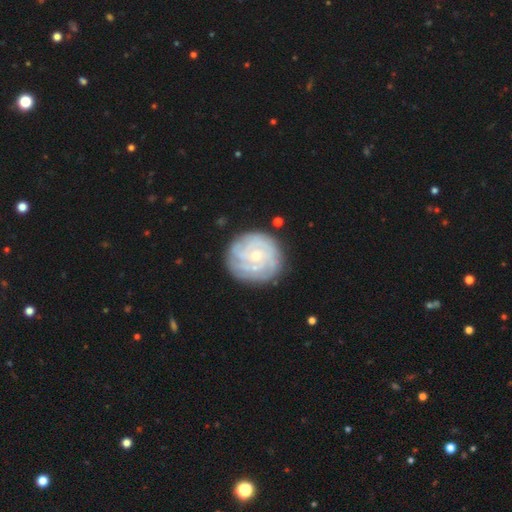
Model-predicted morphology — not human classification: Smooth or featured? featured or disk (77%)
Edge-on disk? no (98%)
Bar? no (77%)
Spiral arms? yes (90%)
Spiral winding? tight (77%)
Spiral arm count? can't tell (42%)
Bulge size? small (69%)
Merging? none (81%)